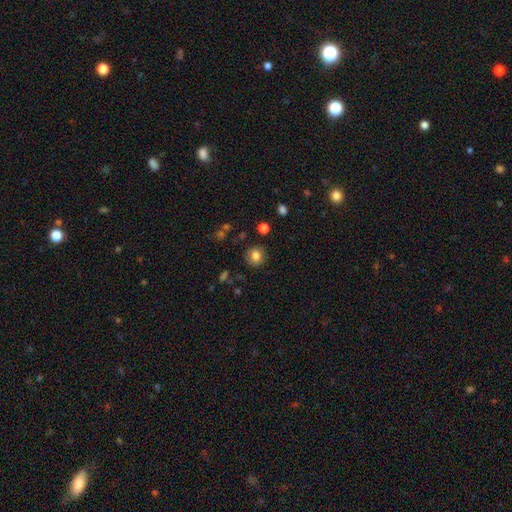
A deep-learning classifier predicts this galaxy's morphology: The model was most divided on "how rounded": round: 84%, in between: 15%, cigar-shaped: 1%. More confident: merging — none (87%); smooth or featured — smooth (82%).